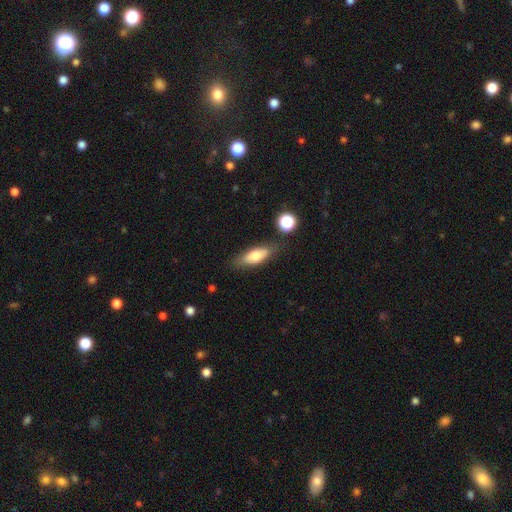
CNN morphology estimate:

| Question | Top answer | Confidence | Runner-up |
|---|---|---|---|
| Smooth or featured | smooth | 70% | featured or disk (22%) |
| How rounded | in between | 65% | cigar-shaped (32%) |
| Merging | none | 75% | minor disturbance (16%) |